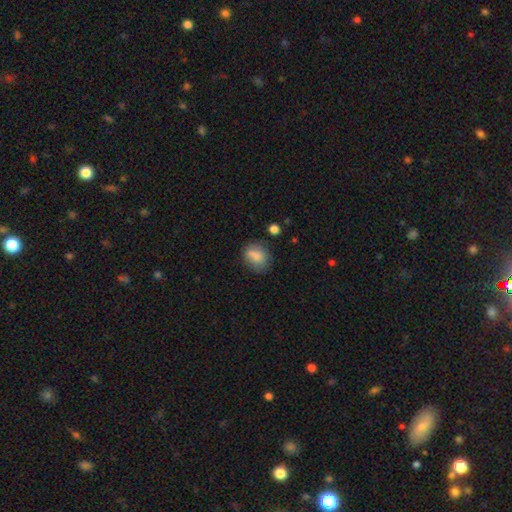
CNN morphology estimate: This is clearly a smooth galaxy (81%). How rounded: possibly in between (52%). Merging: likely none (66%).